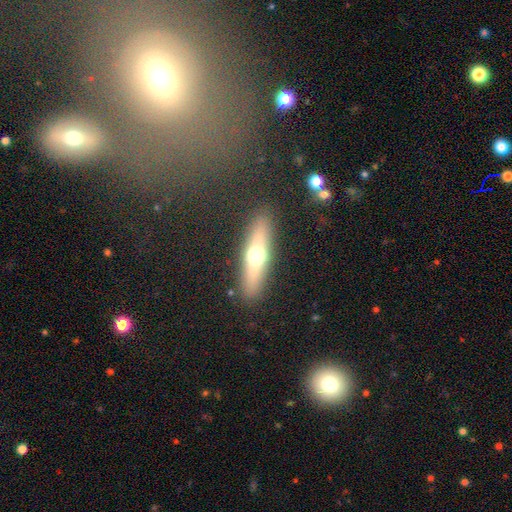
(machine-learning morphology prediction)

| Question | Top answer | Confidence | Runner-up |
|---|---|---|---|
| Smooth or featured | smooth | 48% | featured or disk (44%) |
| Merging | none | 88% | minor disturbance (8%) |